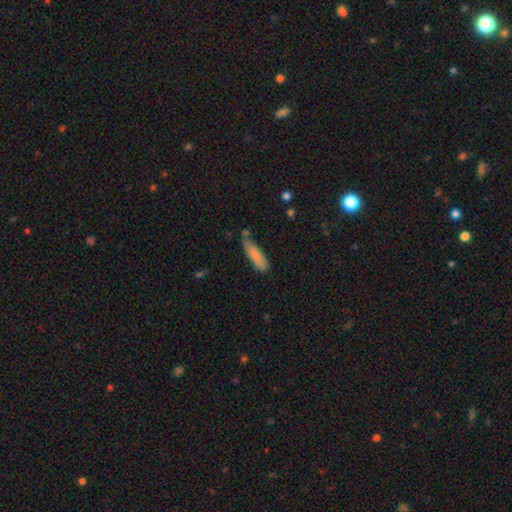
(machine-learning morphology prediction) The model was most divided on "how rounded": cigar-shaped: 63%, in between: 35%, round: 2%. More confident: smooth or featured — smooth (81%); merging — none (58%).